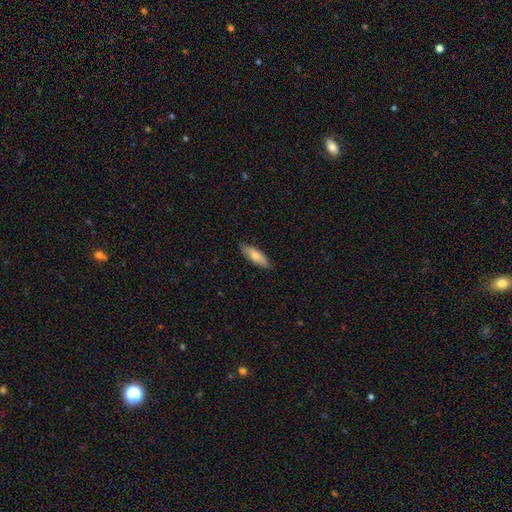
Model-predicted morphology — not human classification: Smooth or featured?
  - smooth: 73% *
  - featured or disk: 22%
  - star or artifact: 5%
How rounded?
  - in between: 53% *
  - cigar-shaped: 45%
  - round: 2%
Merging?
  - none: 86% *
  - minor disturbance: 11%
  - major disturbance: 2%
  - merger: 1%